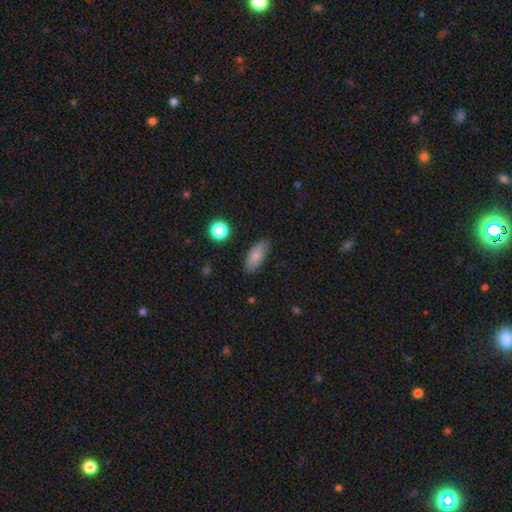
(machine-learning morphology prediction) Smooth or featured?
  - smooth: 80% *
  - featured or disk: 12%
  - star or artifact: 8%
How rounded?
  - in between: 84% *
  - cigar-shaped: 12%
  - round: 4%
Merging?
  - none: 79% *
  - minor disturbance: 15%
  - major disturbance: 3%
  - merger: 2%